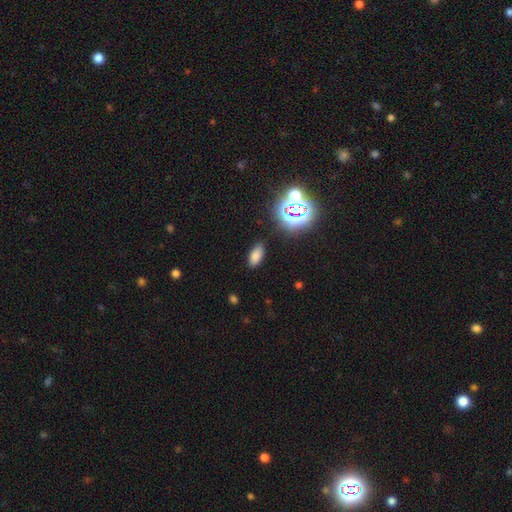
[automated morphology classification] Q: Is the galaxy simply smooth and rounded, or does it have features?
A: smooth — 74%.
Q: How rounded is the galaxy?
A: in between — 91%.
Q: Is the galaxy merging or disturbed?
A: none — 86%.